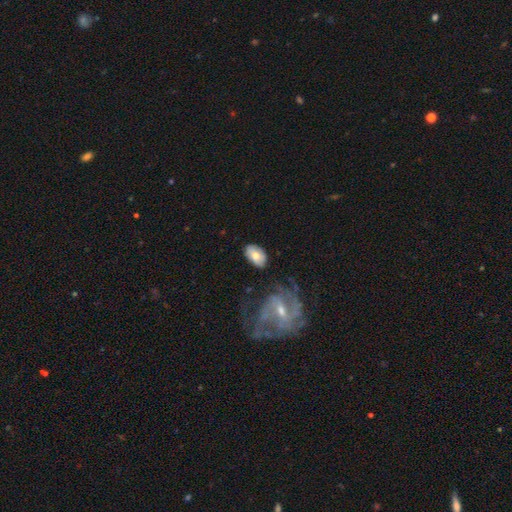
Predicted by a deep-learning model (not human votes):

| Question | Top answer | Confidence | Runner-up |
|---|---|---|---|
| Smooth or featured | smooth | 65% | featured or disk (28%) |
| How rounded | in between | 89% | round (10%) |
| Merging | none | 75% | minor disturbance (17%) |